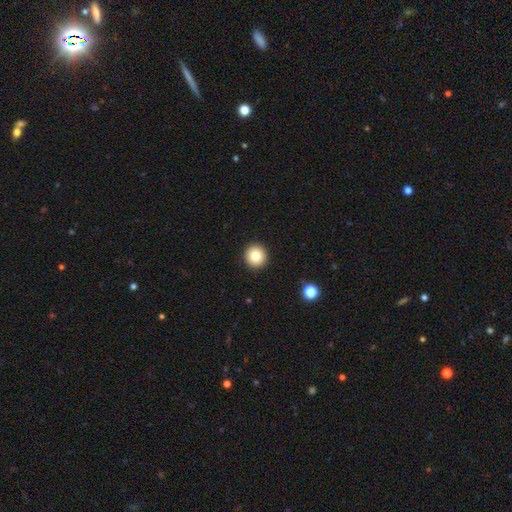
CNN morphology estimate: Overall: smooth (80%). How rounded: round (96%). Merging: none (93%).